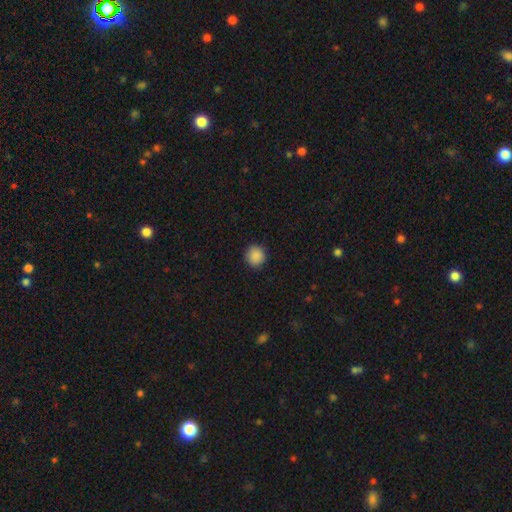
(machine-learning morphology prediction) Smooth or featured? Predicted: smooth (p=0.89). How rounded? Predicted: round (p=0.92). Merging? Predicted: none (p=0.91).